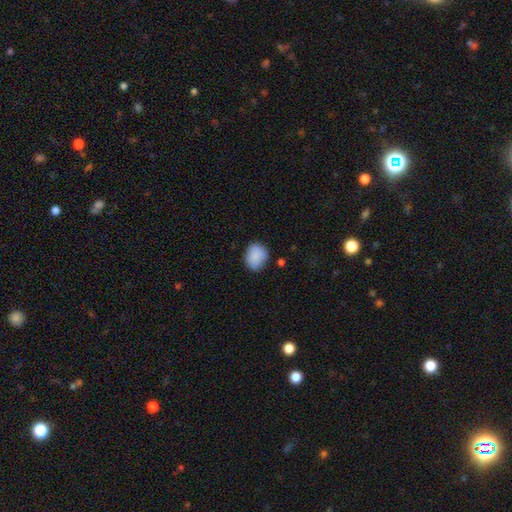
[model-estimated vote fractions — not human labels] Smooth or featured? smooth (88%)
How rounded? round (50%)
Merging? none (74%)